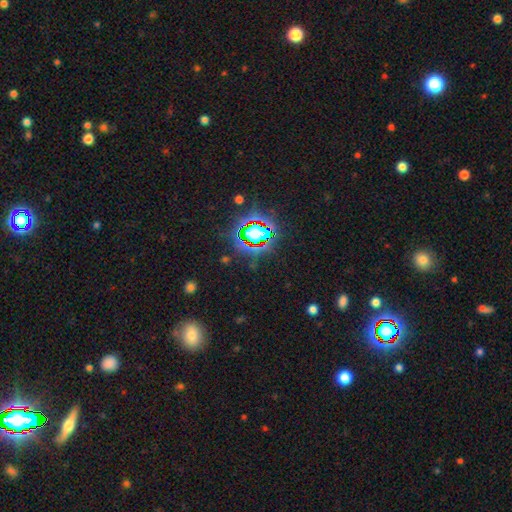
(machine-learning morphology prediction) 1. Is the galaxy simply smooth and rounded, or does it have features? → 78% star or artifact, 14% smooth, 8% featured or disk.